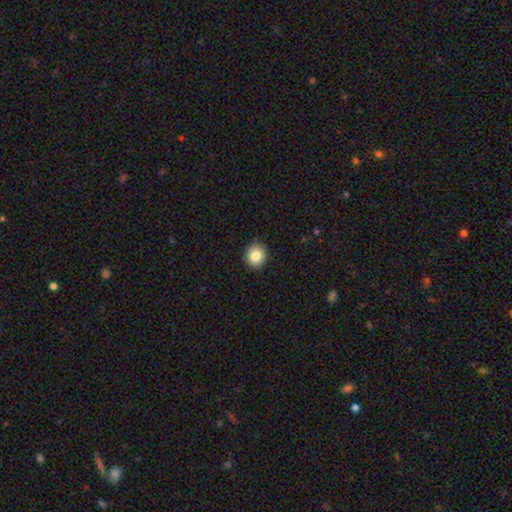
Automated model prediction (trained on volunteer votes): Overall: smooth (84%). How rounded: round (90%). Merging: none (90%).